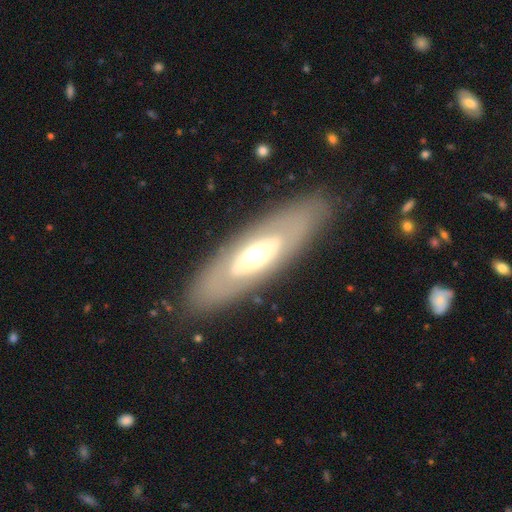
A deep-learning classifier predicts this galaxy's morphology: This appears to be a featured or disk galaxy (54%). Merging: none (84%).